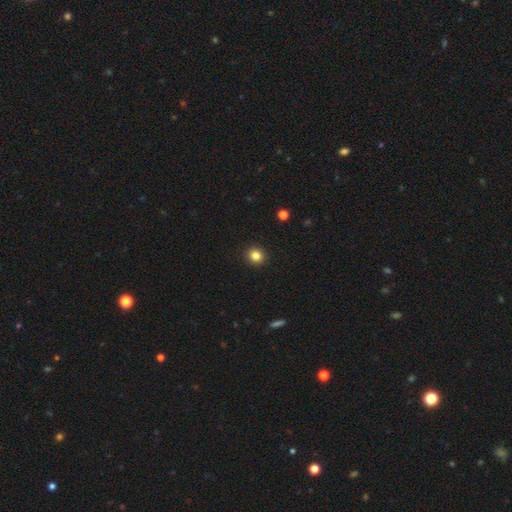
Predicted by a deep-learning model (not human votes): smooth 83%, star or artifact 12%, featured or disk 5%. Down the decision tree: how rounded — round (90%); merging — none (93%).